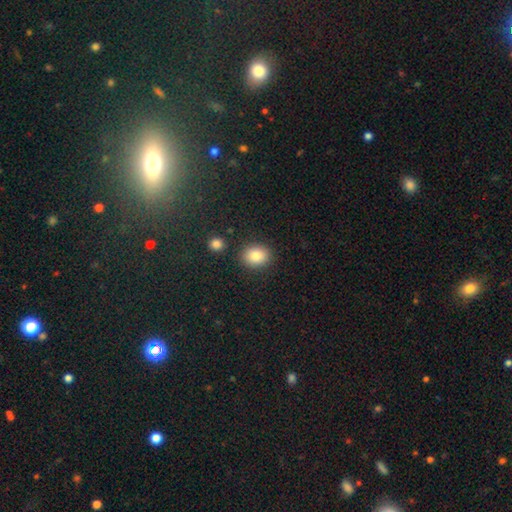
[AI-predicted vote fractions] Smooth or featured? Predicted: smooth (p=0.85). How rounded? Predicted: round (p=0.52). Merging? Predicted: none (p=0.85).